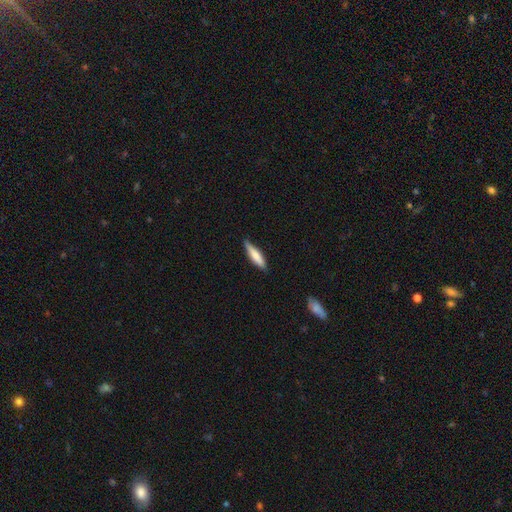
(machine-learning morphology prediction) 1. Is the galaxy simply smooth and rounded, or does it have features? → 70% smooth, 25% featured or disk, 5% star or artifact.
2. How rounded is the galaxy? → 79% cigar-shaped, 20% in between, 1% round.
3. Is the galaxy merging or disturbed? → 83% none, 13% minor disturbance, 2% major disturbance, 1% merger.